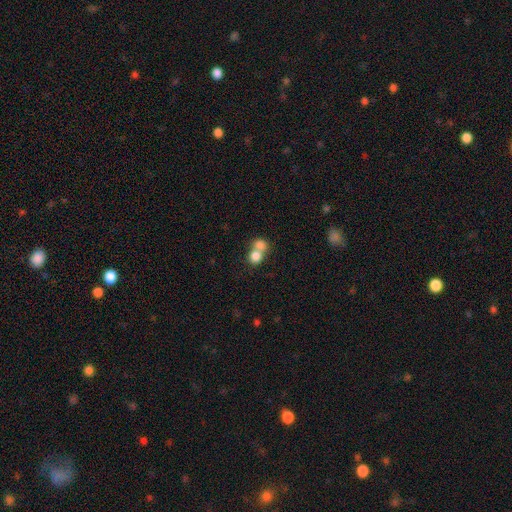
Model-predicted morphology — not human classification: This is likely a smooth galaxy (78%). How rounded: likely round (75%). Merging: likely merger (63%).